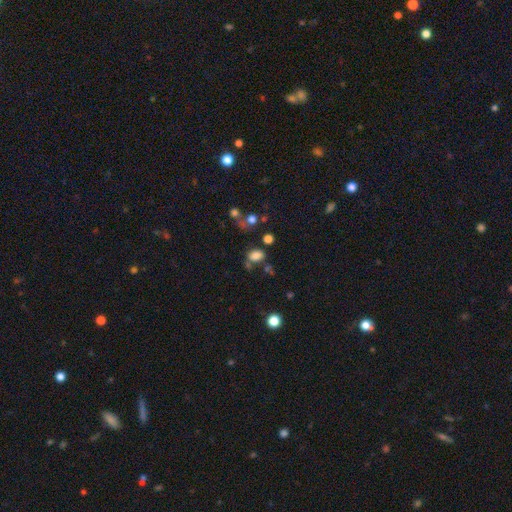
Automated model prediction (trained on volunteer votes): A smooth galaxy with no disk features (77%) that is in between round and cigar-shaped (75%). Merging: none (56%).